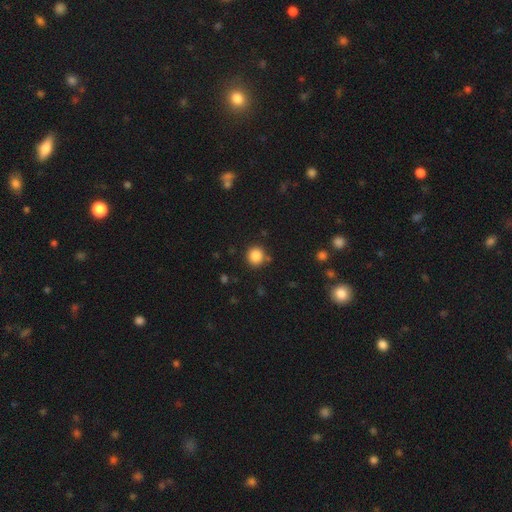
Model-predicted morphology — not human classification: The model was most divided on "smooth or featured": smooth: 86%, star or artifact: 10%, featured or disk: 4%. More confident: how rounded — round (88%); merging — none (85%).